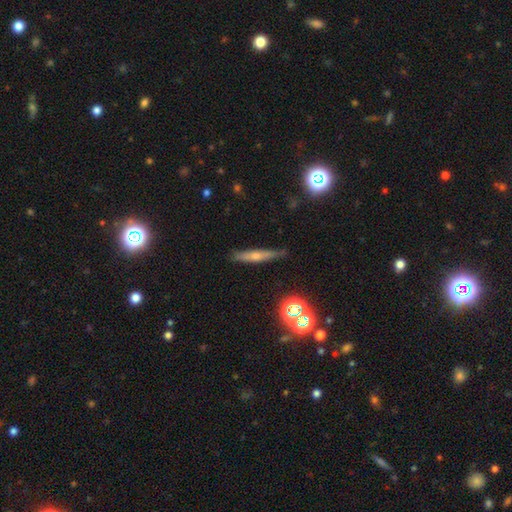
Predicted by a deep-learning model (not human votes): Smooth or featured: featured or disk — 45% (smooth — 42%)
Merging: none — 85% (minor disturbance — 11%)